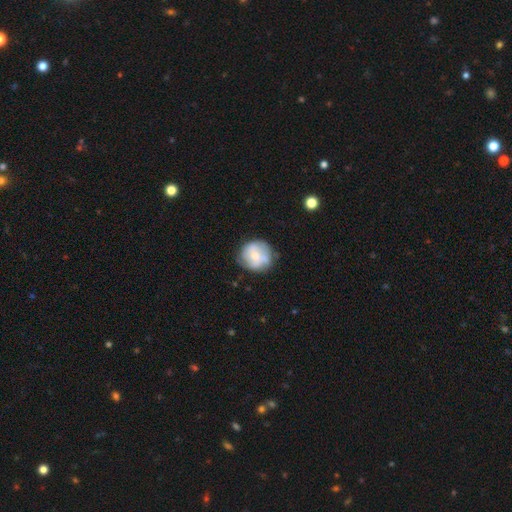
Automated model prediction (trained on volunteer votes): Smooth or featured: featured or disk — 56% (smooth — 37%)
Edge-on disk: no — 97% (yes — 3%)
Bar: no — 68% (weak — 27%)
Spiral arms: yes — 73% (no — 27%)
Bulge size: small — 49% (moderate — 45%)
Merging: none — 69% (minor disturbance — 21%)